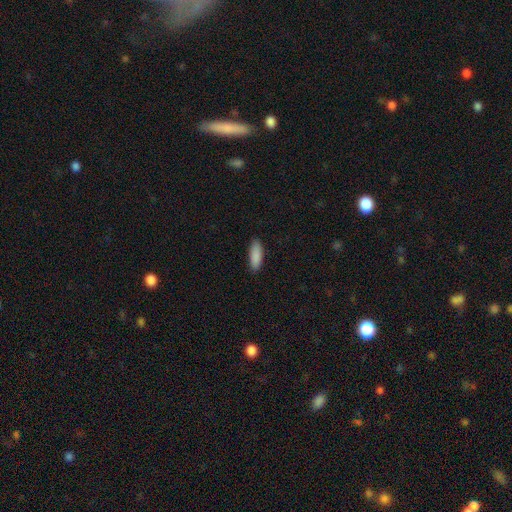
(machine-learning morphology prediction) Smooth or featured? Predicted: smooth (p=0.90). How rounded? Predicted: in between (p=0.60). Merging? Predicted: none (p=0.88).